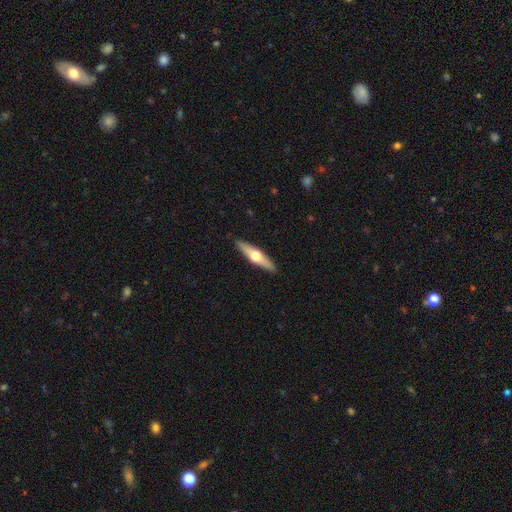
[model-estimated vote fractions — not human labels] Smooth or featured? Predicted: featured or disk (p=0.56). Edge-on disk? Predicted: yes (p=0.93). Edge-on bulge? Predicted: rounded (p=0.95). Merging? Predicted: none (p=0.90).